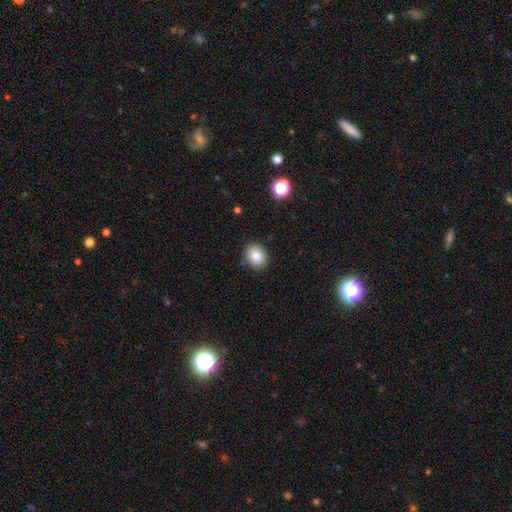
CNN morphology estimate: A smooth galaxy with no disk features (82%) that is round (52%).

Vote fractions:
- Smooth or featured? smooth: 82% / star or artifact: 10% / featured or disk: 8%
- How rounded? round: 52% / in between: 47% / cigar-shaped: 1%
- Merging? none: 87% / minor disturbance: 9% / major disturbance: 2% / merger: 1%